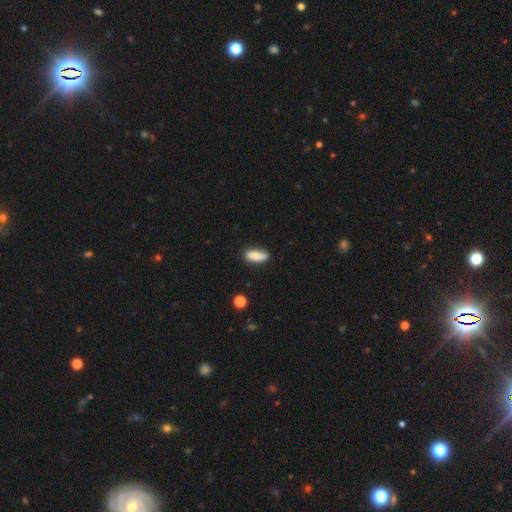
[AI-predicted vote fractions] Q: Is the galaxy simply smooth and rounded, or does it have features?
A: smooth — 76%.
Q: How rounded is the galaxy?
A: in between — 81%.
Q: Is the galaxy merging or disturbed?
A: none — 81%.